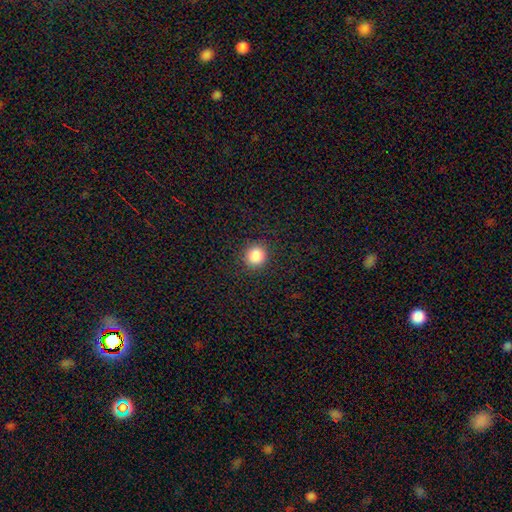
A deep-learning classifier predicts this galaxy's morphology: Smooth or featured? smooth (86%)
How rounded? round (92%)
Merging? none (90%)